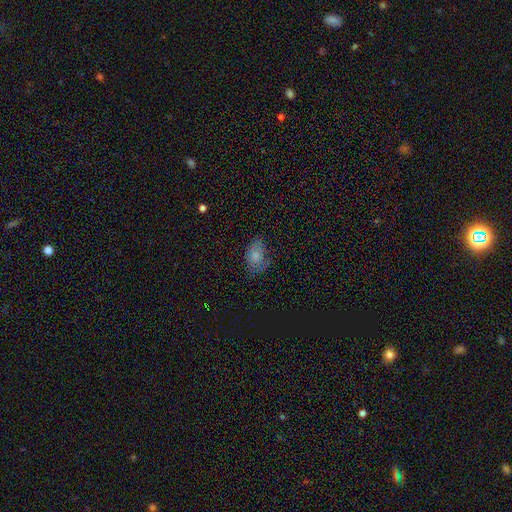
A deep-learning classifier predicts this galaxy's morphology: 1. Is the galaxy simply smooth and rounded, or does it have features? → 69% smooth, 16% featured or disk, 15% star or artifact.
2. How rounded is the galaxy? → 82% in between, 16% round, 2% cigar-shaped.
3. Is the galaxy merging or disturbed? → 63% none, 26% minor disturbance, 10% major disturbance, 2% merger.